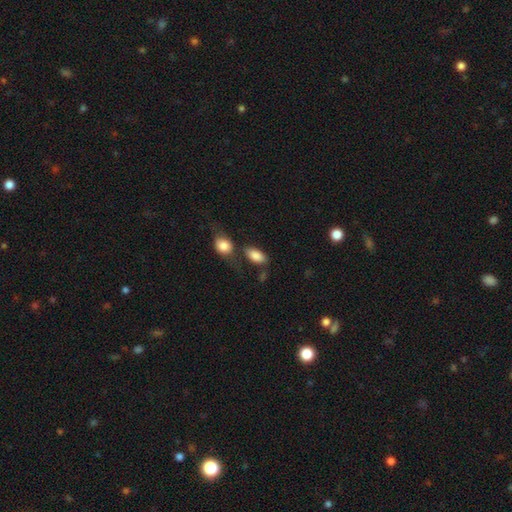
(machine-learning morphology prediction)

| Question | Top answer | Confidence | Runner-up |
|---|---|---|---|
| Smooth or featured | smooth | 86% | star or artifact (7%) |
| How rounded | in between | 92% | round (5%) |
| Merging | none | 56% | merger (21%) |